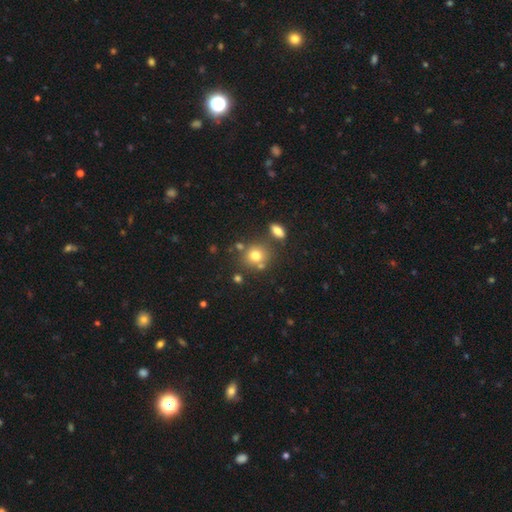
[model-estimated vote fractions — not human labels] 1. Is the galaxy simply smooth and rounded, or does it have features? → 74% smooth, 13% star or artifact, 12% featured or disk.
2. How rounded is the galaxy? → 83% round, 16% in between, 1% cigar-shaped.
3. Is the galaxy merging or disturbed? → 70% none, 15% merger, 11% minor disturbance, 4% major disturbance.